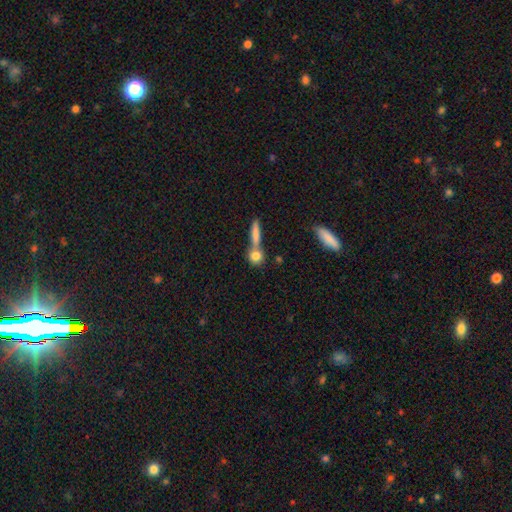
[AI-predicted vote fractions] smooth 80%, featured or disk 12%, star or artifact 9%. Down the decision tree: how rounded — round (69%); merging — none (51%).